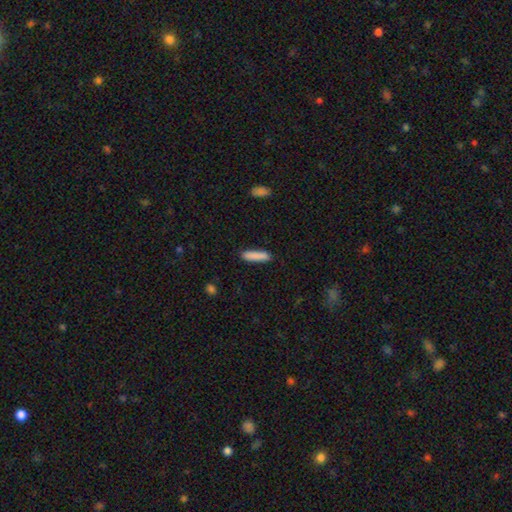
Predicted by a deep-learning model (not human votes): smooth 87%, featured or disk 7%, star or artifact 6%. Down the decision tree: how rounded — cigar-shaped (79%); merging — none (87%).